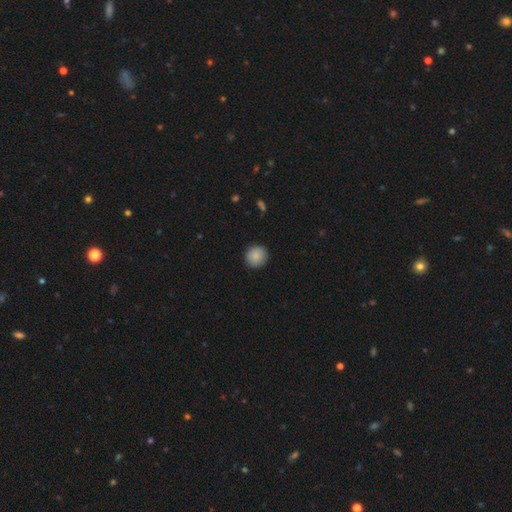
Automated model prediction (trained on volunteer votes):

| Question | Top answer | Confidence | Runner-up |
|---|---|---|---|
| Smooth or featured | smooth | 89% | star or artifact (7%) |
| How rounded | round | 93% | in between (6%) |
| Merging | none | 91% | minor disturbance (7%) |